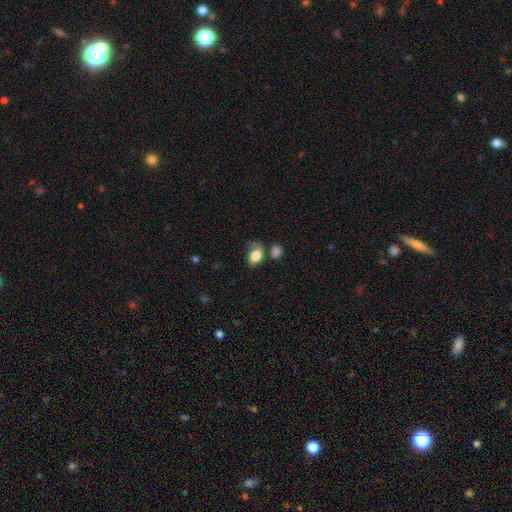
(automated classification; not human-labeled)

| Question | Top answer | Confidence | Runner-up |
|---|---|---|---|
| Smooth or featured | smooth | 81% | featured or disk (10%) |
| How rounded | in between | 82% | round (17%) |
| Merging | none | 41% | minor disturbance (29%) |